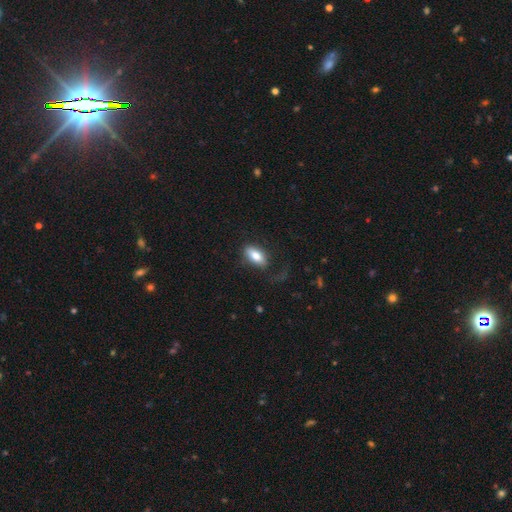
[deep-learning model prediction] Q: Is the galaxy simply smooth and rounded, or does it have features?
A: smooth — 78%.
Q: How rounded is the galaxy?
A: in between — 87%.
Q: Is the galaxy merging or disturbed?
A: none — 64%.